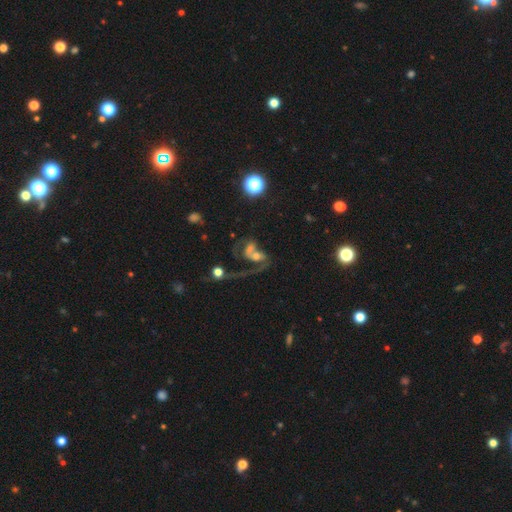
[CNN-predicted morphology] smooth-or-featured: featured or disk: 60% | smooth: 27% | star or artifact: 13%
  disk-edge-on: no: 96% | yes: 4%
    bar: no: 66% | weak: 25% | strong: 9%
    has-spiral-arms: yes: 70% | no: 30%
    bulge-size: moderate: 41% | small: 25% | large: 16% | none: 13% | dominant: 4%
  merging: merger: 64% | major disturbance: 19% | none: 11% | minor disturbance: 6%